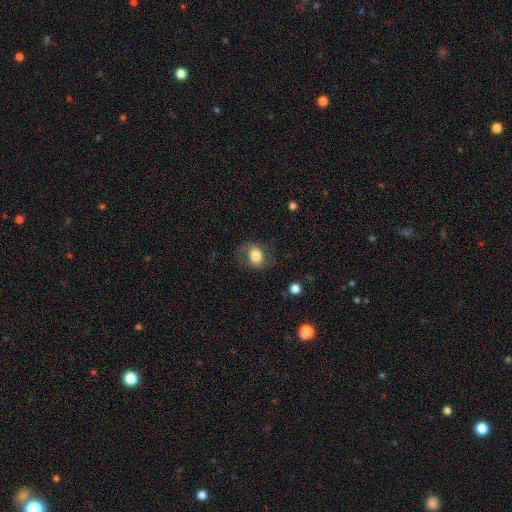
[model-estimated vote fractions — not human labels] smooth-or-featured: smooth: 71% | featured or disk: 21% | star or artifact: 8%
  how-rounded: in between: 50% | round: 49% | cigar-shaped: 1%
  merging: none: 70% | minor disturbance: 17% | major disturbance: 12% | merger: 1%